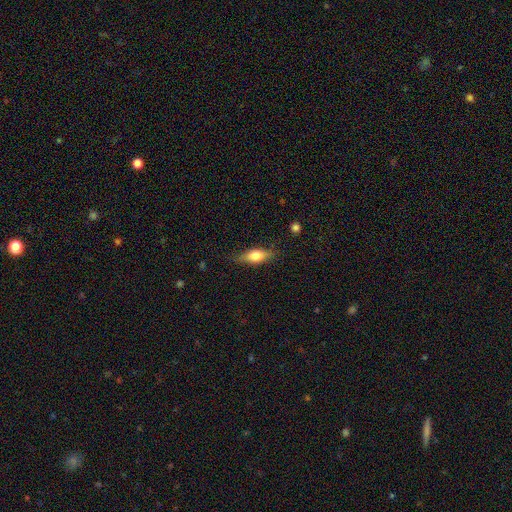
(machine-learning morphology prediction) Q: Smooth or featured?
A: smooth (62%); runner-up: featured or disk (31%)
Q: How rounded?
A: in between (68%); runner-up: cigar-shaped (28%)
Q: Merging?
A: none (77%); runner-up: minor disturbance (17%)